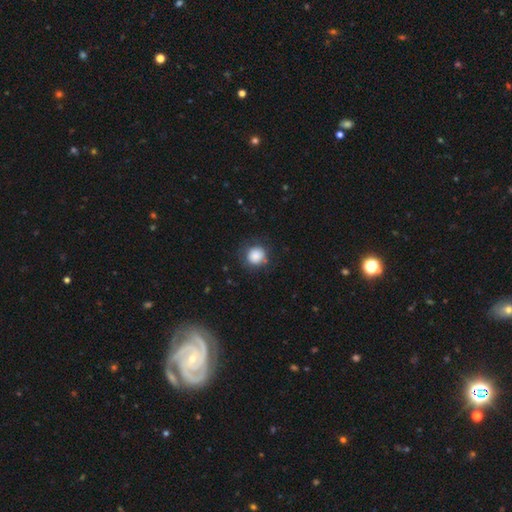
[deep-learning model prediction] Smooth or featured?
  - smooth: 86% *
  - star or artifact: 9%
  - featured or disk: 5%
How rounded?
  - round: 90% *
  - in between: 9%
  - cigar-shaped: 1%
Merging?
  - none: 78% *
  - minor disturbance: 14%
  - major disturbance: 6%
  - merger: 2%